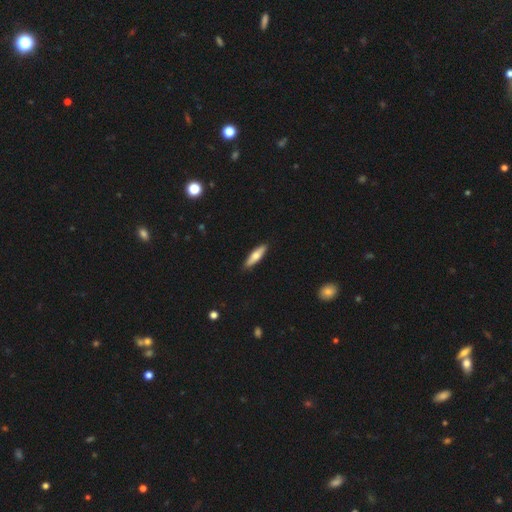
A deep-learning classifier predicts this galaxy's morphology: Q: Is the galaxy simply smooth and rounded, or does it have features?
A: smooth — 63%.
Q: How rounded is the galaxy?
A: cigar-shaped — 66%.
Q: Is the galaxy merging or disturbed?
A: none — 89%.